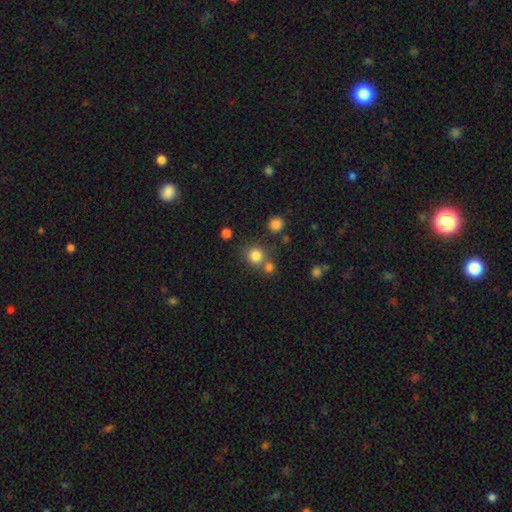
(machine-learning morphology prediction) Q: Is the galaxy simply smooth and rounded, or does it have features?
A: smooth — 80%.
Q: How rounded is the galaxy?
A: round — 89%.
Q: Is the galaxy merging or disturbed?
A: none — 65%.